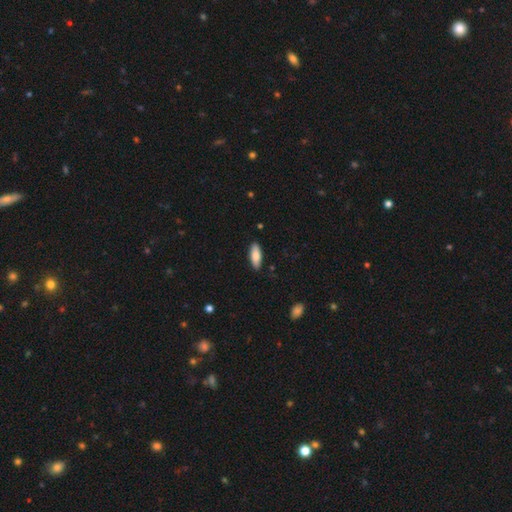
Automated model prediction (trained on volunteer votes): Smooth or featured? Predicted: smooth (p=0.81). How rounded? Predicted: in between (p=0.70). Merging? Predicted: none (p=0.87).